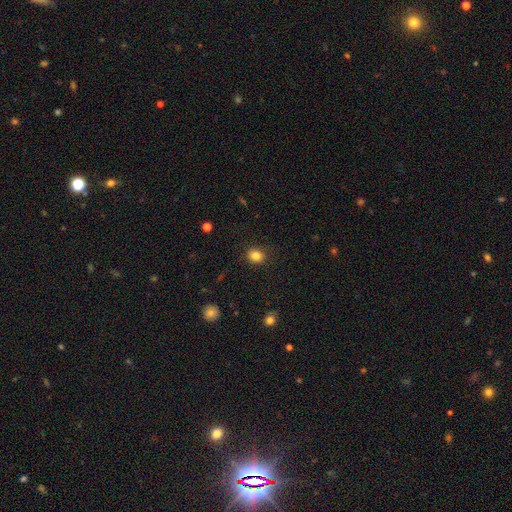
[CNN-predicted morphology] This appears to be a smooth galaxy with no disk features (84%) that is round (72%). Merging: none (86%).